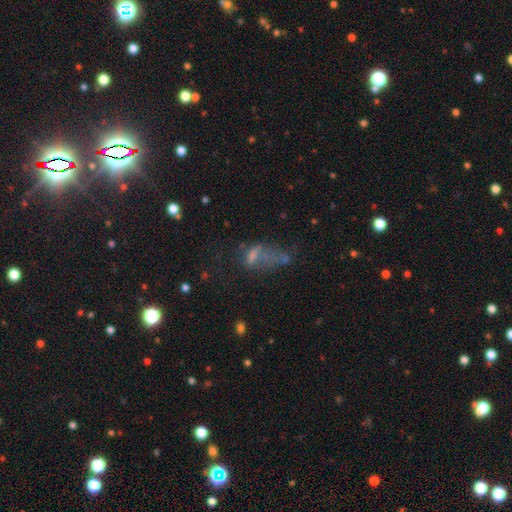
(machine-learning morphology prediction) This appears to be a smooth galaxy with no disk features (43%). Merging: major disturbance (43%).